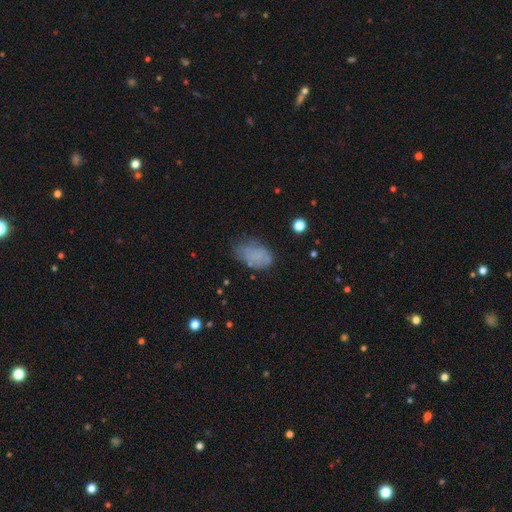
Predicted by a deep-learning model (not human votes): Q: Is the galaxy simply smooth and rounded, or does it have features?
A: smooth — 68%.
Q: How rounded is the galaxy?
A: in between — 89%.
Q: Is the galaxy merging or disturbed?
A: none — 54%.